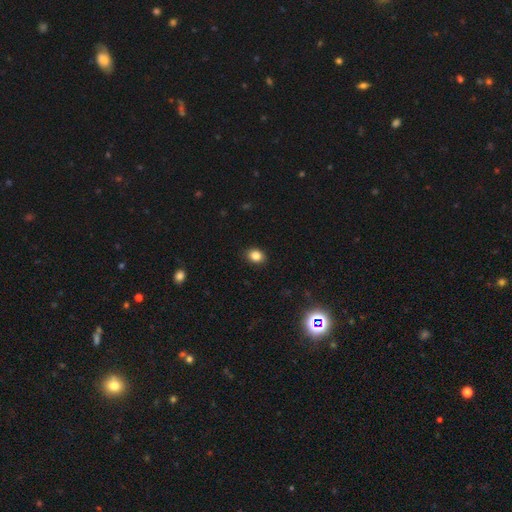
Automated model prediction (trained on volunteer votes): This appears to be a smooth galaxy with no disk features (85%) that is in between round and cigar-shaped (56%). Merging: none (88%).